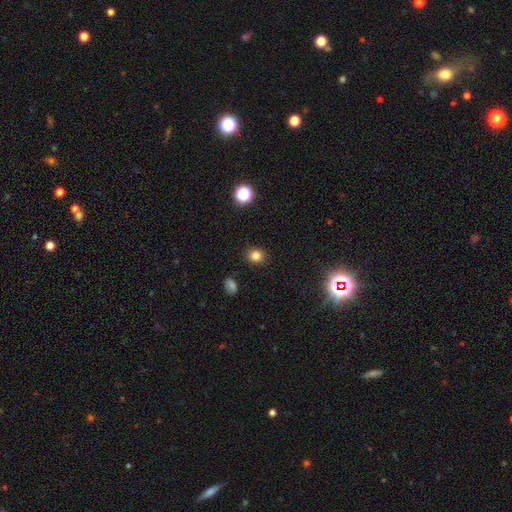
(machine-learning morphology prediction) type=smooth (80%); roundness=round (69%); merging=none (89%).